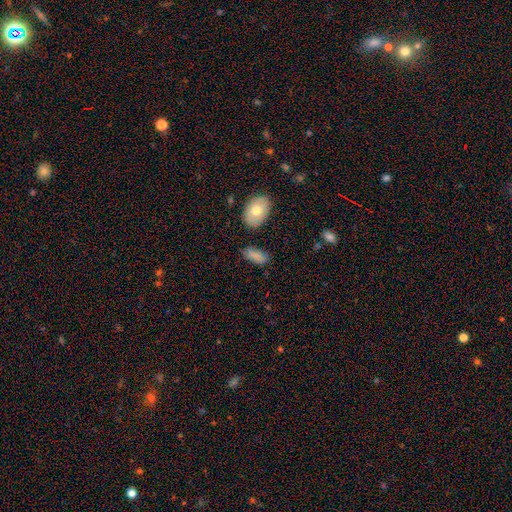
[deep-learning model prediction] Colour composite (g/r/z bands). It shows a smooth galaxy with no disk features (82%) that is in between round and cigar-shaped (89%). Merging: none (70%).